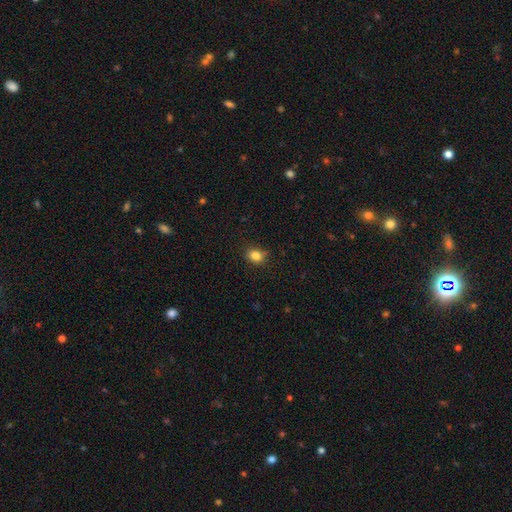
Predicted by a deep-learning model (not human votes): A smooth galaxy with no disk features (83%) that is round (60%). Merging: none (83%).